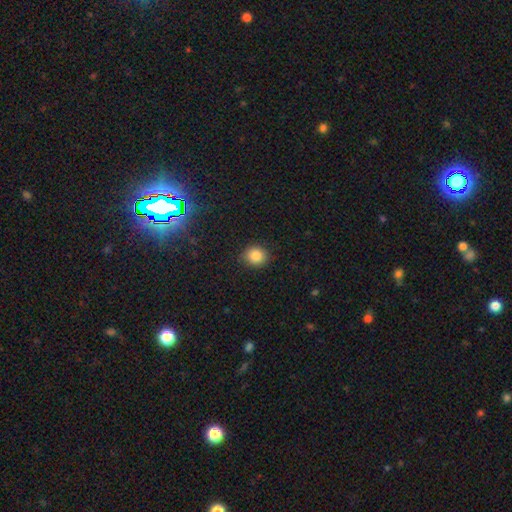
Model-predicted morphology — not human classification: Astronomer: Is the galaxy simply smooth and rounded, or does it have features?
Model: smooth — 83%.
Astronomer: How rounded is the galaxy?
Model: round — 81%.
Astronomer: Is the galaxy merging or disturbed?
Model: none — 87%.